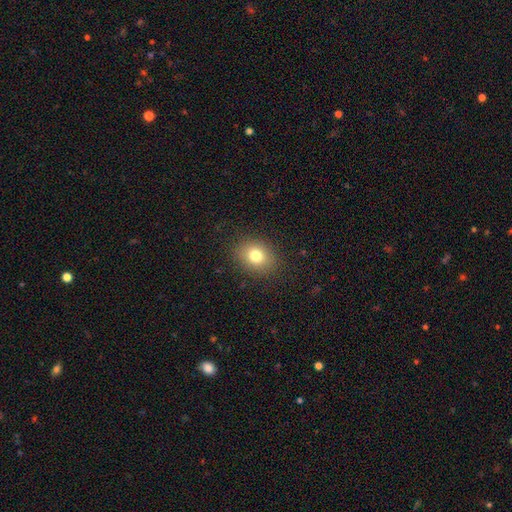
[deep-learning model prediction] Smooth or featured: smooth — 79% (star or artifact — 12%)
How rounded: round — 51% (in between — 48%)
Merging: none — 88% (minor disturbance — 9%)